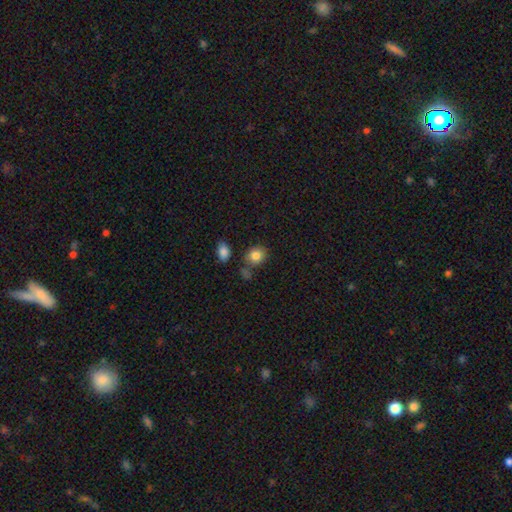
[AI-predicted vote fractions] The model was most divided on "how rounded": round: 64%, in between: 35%, cigar-shaped: 1%. More confident: smooth or featured — smooth (84%); merging — none (70%).